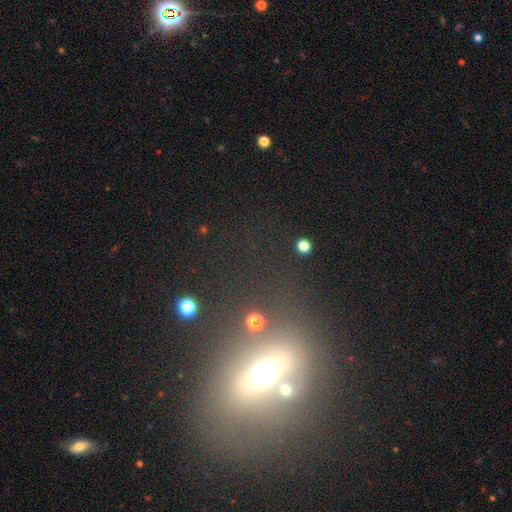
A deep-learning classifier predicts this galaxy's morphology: A featured or disk galaxy (37%). Merging: none (60%).